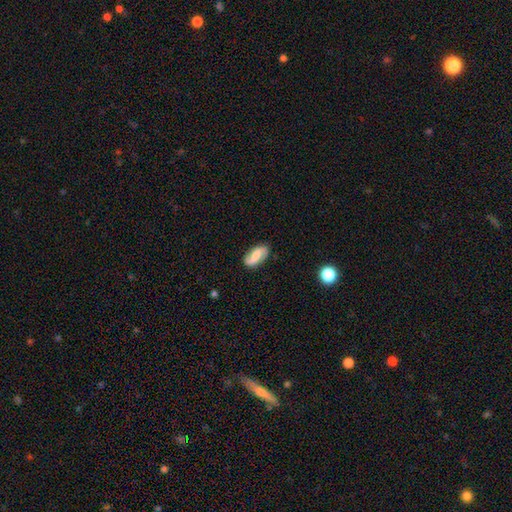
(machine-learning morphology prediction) A featured or disk galaxy (56%) with a weak bar (42%), spiral arms (91%) and a moderate central bulge (35%). Merging: none (82%).